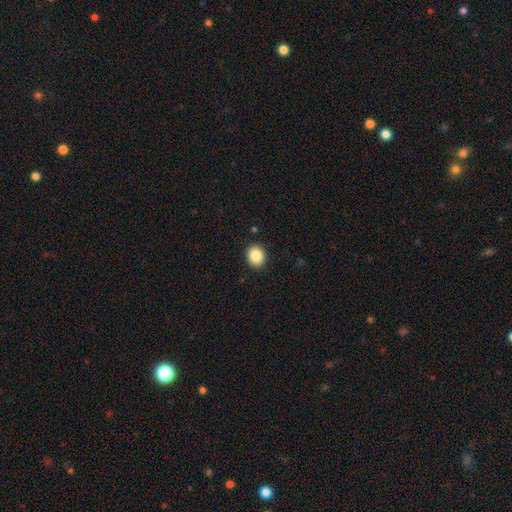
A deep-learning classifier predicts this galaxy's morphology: smooth 86%, star or artifact 9%, featured or disk 5%. Down the decision tree: how rounded — round (76%); merging — none (91%).